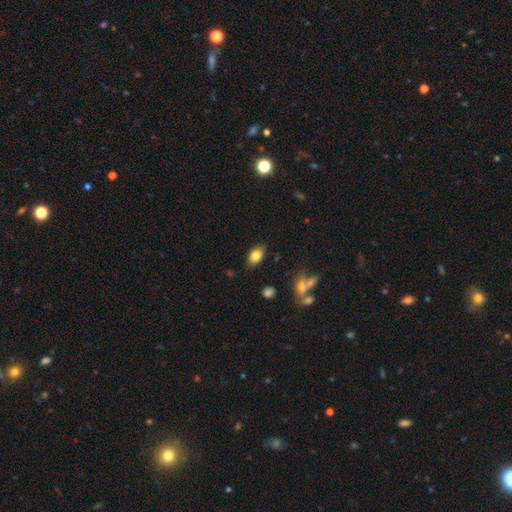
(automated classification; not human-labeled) smooth 81%, featured or disk 10%, star or artifact 8%. Down the decision tree: how rounded — in between (89%); merging — none (83%).